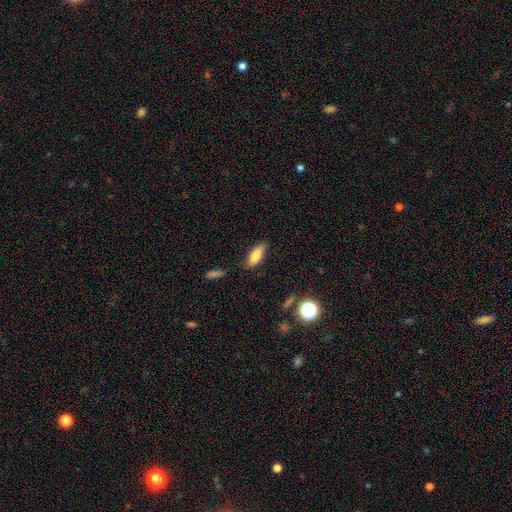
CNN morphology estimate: A smooth galaxy with no disk features (82%) that is in between round and cigar-shaped (69%).

Vote fractions:
- Smooth or featured? smooth: 82% / featured or disk: 10% / star or artifact: 8%
- How rounded? in between: 69% / cigar-shaped: 29% / round: 2%
- Merging? none: 77% / minor disturbance: 17% / major disturbance: 4% / merger: 3%